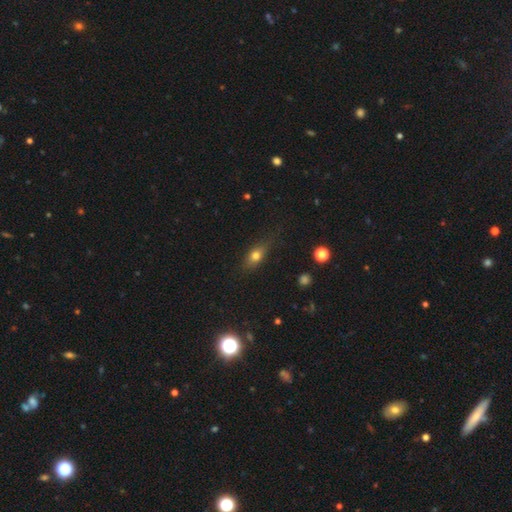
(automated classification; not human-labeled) A smooth galaxy with no disk features (69%) that is in between round and cigar-shaped (66%). Merging: none (69%).